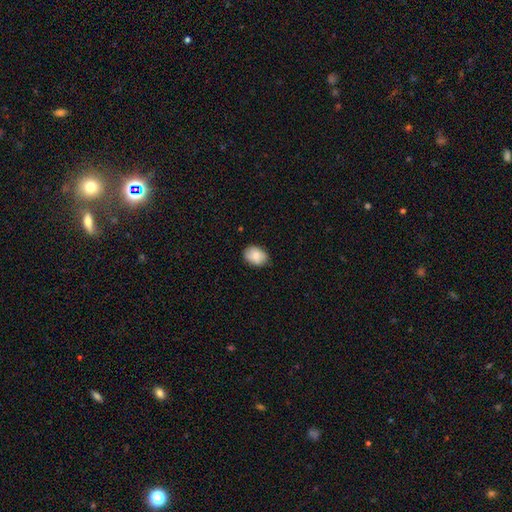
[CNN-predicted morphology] Overall: smooth (77%). How rounded: in between (71%). Merging: none (76%).